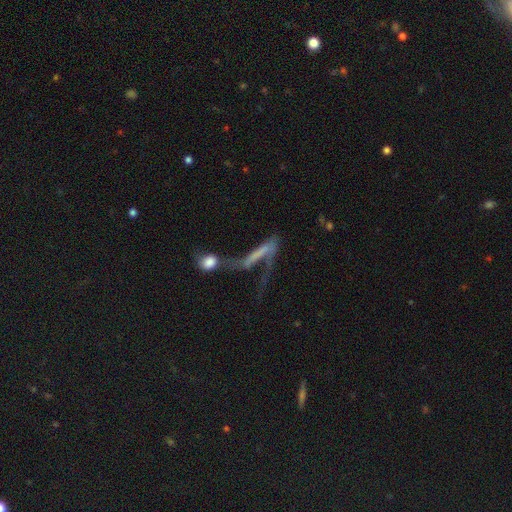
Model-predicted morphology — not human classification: Q: Smooth or featured?
A: featured or disk (50%); runner-up: smooth (35%)
Q: Merging?
A: merger (42%); runner-up: major disturbance (32%)